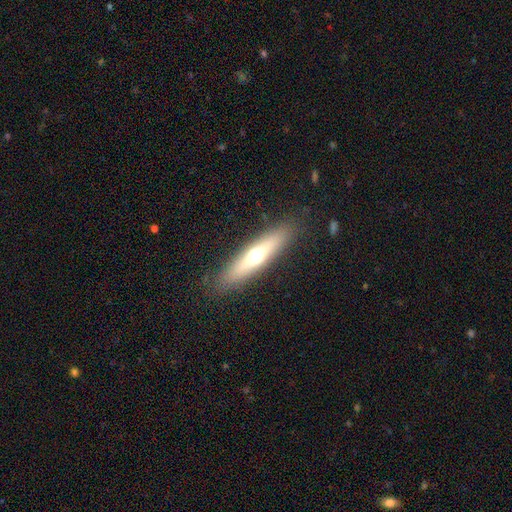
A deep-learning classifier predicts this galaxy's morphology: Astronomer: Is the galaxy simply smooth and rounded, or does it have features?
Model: smooth — 49% (runner-up: featured or disk, 43%).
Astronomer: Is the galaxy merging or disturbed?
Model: none — 88%.